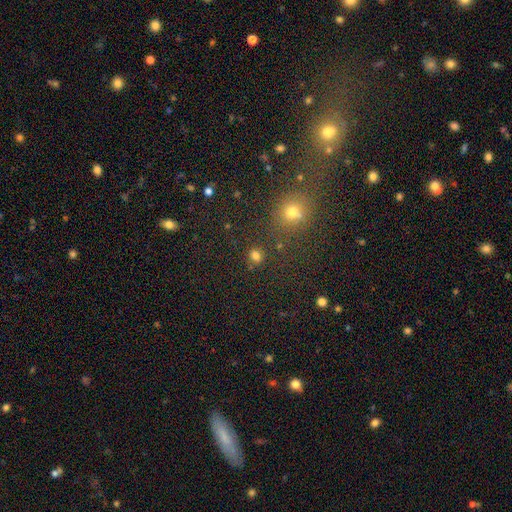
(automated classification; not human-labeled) Smooth or featured: smooth — 78% (star or artifact — 17%)
How rounded: round — 79% (in between — 20%)
Merging: none — 83% (minor disturbance — 8%)